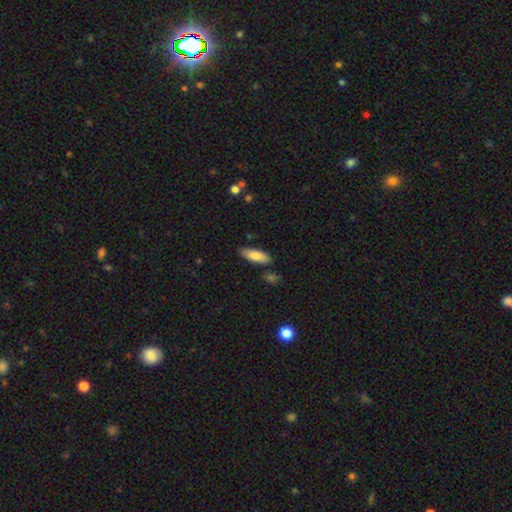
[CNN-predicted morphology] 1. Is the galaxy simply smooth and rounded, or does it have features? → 81% smooth, 12% featured or disk, 6% star or artifact.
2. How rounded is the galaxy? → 66% in between, 32% cigar-shaped, 2% round.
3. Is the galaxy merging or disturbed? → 81% none, 13% minor disturbance, 4% merger, 2% major disturbance.